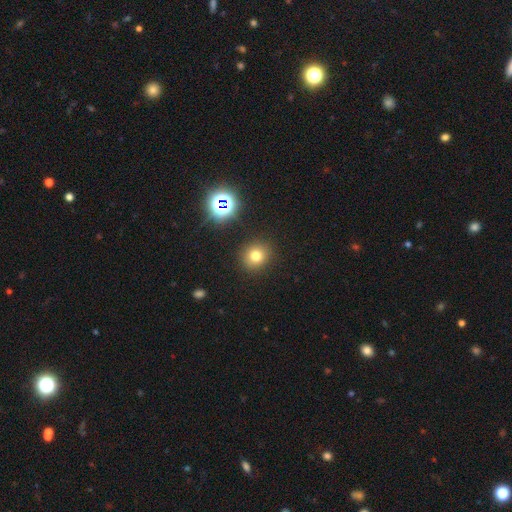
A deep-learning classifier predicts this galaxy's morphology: Overall: smooth (74%). How rounded: round (85%). Merging: none (89%).